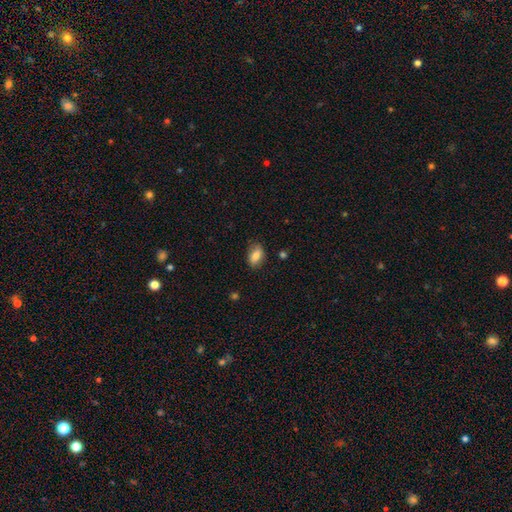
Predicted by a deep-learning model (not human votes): Overall: smooth (81%). How rounded: in between (87%). Merging: none (78%).